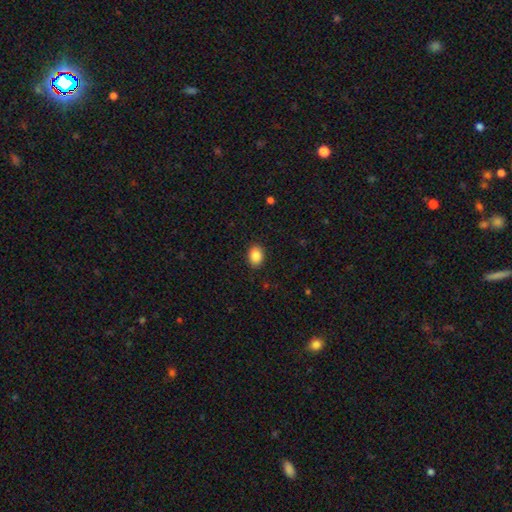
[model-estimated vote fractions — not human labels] smooth_or_featured: smooth (p=0.88) [alt: star or artifact p=0.08]
how_rounded: in between (p=0.68) [alt: round p=0.31]
merging: none (p=0.89) [alt: minor disturbance p=0.08]